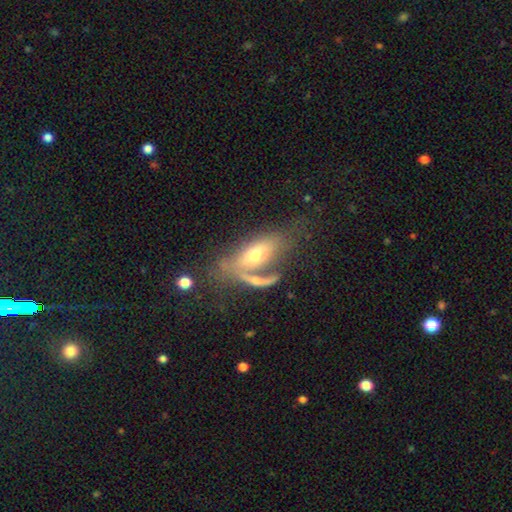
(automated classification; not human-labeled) A smooth galaxy with no disk features (52%) that is in between round and cigar-shaped (75%). Merging: none (39%).